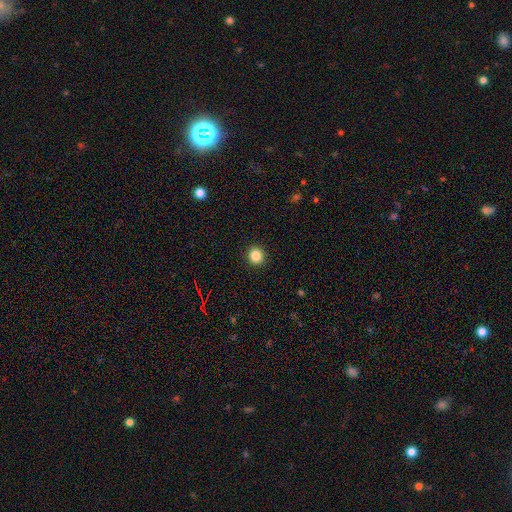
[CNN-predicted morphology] Smooth or featured: smooth — 86% (star or artifact — 11%)
How rounded: round — 93% (in between — 6%)
Merging: none — 93% (minor disturbance — 4%)